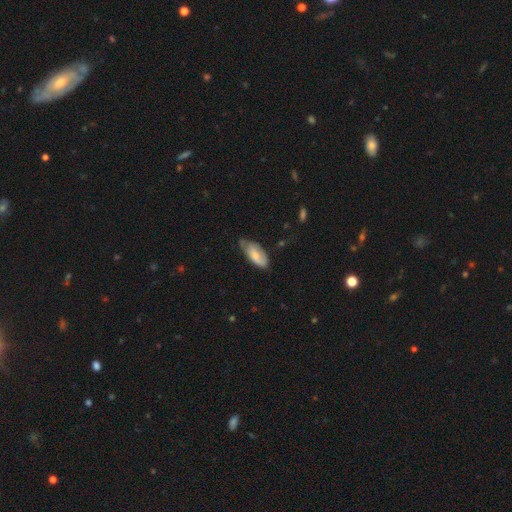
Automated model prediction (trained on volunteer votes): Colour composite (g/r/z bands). It shows a smooth galaxy with no disk features (68%) that is in between round and cigar-shaped (87%). Merging: none (48%).